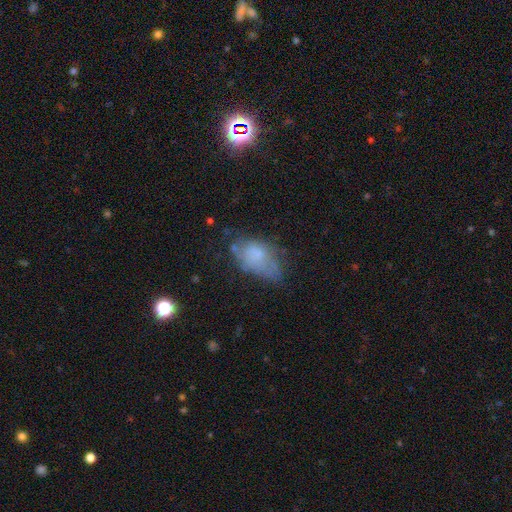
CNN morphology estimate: Smooth or featured?
  - smooth: 62% *
  - featured or disk: 26%
  - star or artifact: 11%
How rounded?
  - in between: 90% *
  - round: 8%
  - cigar-shaped: 2%
Merging?
  - none: 35% *
  - minor disturbance: 33%
  - major disturbance: 25%
  - merger: 6%